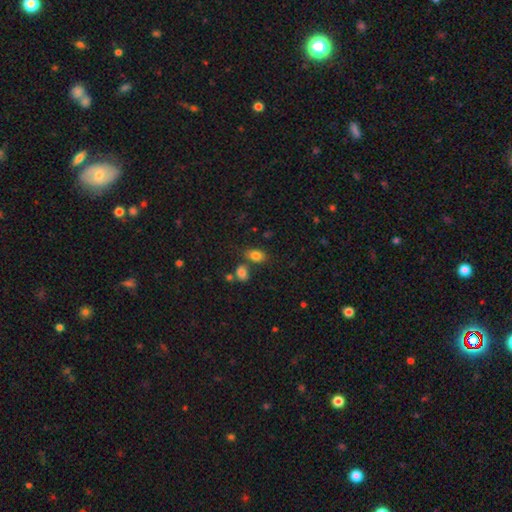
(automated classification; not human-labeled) Morphology: type=smooth (81%); roundness=in between (85%); merging=none (67%).